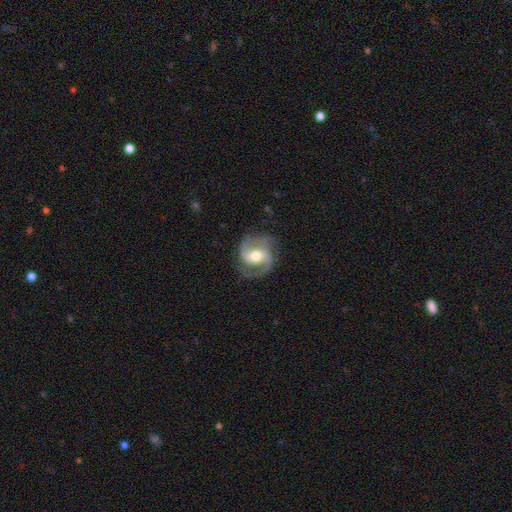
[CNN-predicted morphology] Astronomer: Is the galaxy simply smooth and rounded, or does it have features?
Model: featured or disk — 88%.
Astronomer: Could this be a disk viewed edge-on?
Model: no — 98%.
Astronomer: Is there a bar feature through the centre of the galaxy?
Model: weak — 42% (runner-up: no, 34%).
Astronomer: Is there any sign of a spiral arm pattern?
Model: yes — 97%.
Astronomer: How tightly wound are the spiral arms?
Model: medium — 57%.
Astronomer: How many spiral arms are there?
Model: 2 — 89%.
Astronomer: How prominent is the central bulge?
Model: moderate — 70%.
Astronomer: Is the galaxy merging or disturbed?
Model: none — 77%.